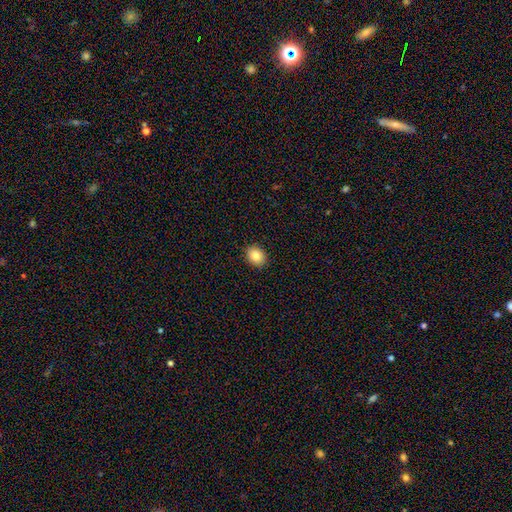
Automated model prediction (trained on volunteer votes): Smooth or featured? smooth (84%)
How rounded? round (54%)
Merging? none (90%)